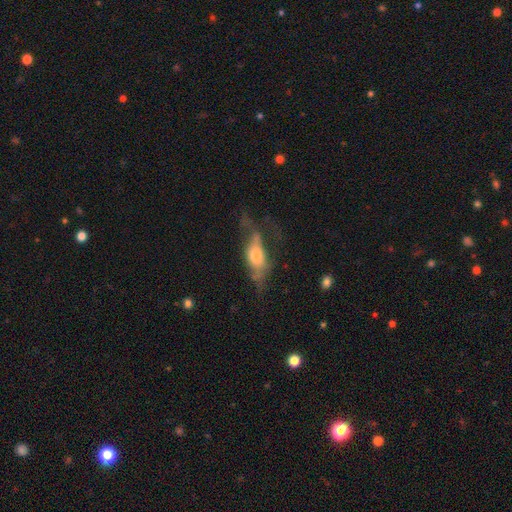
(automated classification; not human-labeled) A smooth galaxy with no disk features (47%).

Vote fractions:
- Smooth or featured? smooth: 47% / featured or disk: 45% / star or artifact: 9%
- Merging? major disturbance: 40% / none: 32% / minor disturbance: 25% / merger: 3%